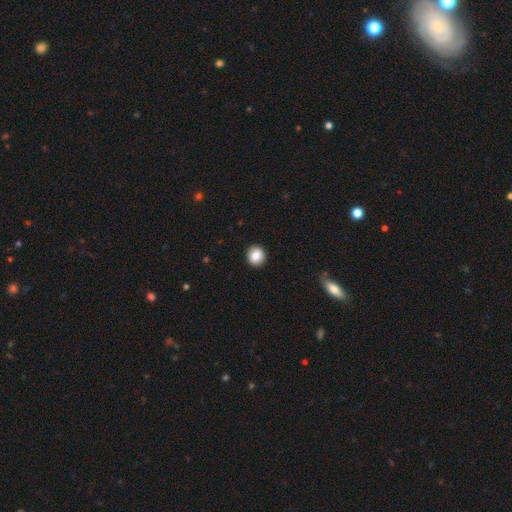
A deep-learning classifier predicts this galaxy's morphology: Smooth or featured: smooth — 84% (star or artifact — 9%)
How rounded: round — 82% (in between — 17%)
Merging: none — 91% (minor disturbance — 7%)